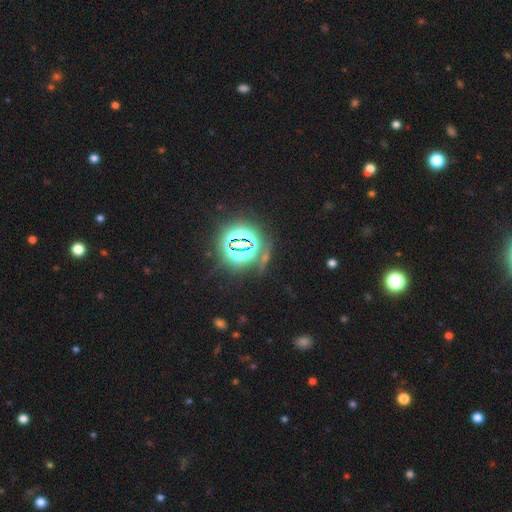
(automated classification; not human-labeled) A star or artifact, not a galaxy (81%).

Vote fractions:
- Smooth or featured? star or artifact: 81% / smooth: 12% / featured or disk: 7%